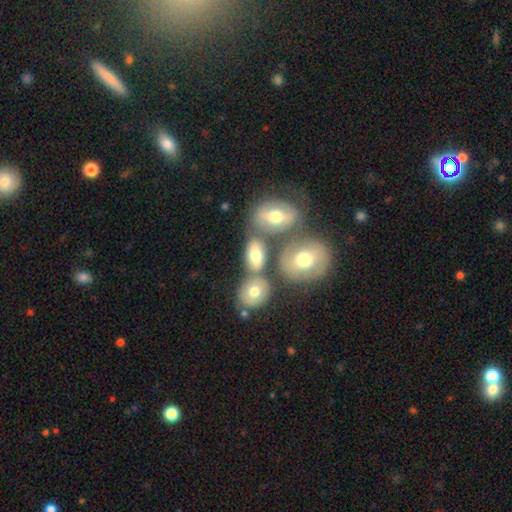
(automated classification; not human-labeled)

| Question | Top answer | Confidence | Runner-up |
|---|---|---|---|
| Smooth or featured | smooth | 61% | featured or disk (29%) |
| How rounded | in between | 72% | round (25%) |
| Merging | none | 46% | merger (35%) |